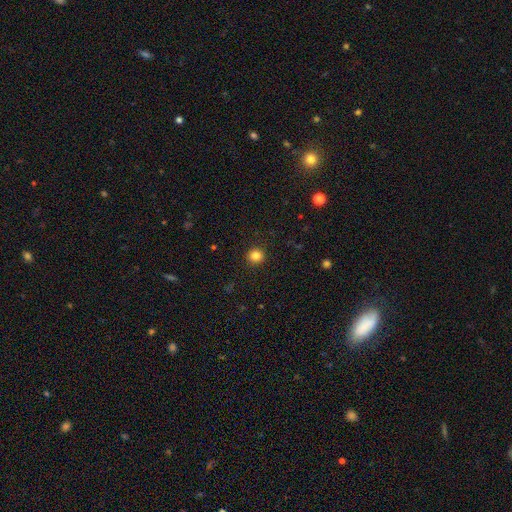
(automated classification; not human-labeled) smooth-or-featured: smooth: 84% | star or artifact: 11% | featured or disk: 5%
  how-rounded: round: 91% | in between: 8% | cigar-shaped: 1%
  merging: none: 92% | minor disturbance: 5% | major disturbance: 2% | merger: 1%